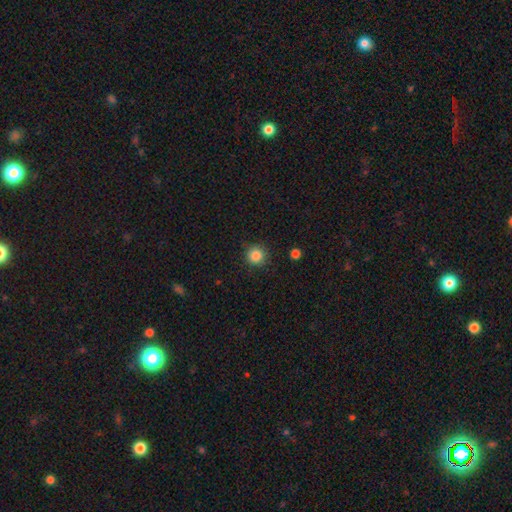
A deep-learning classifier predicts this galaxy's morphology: smooth 85%, star or artifact 11%, featured or disk 4%. Down the decision tree: how rounded — round (95%); merging — none (89%).